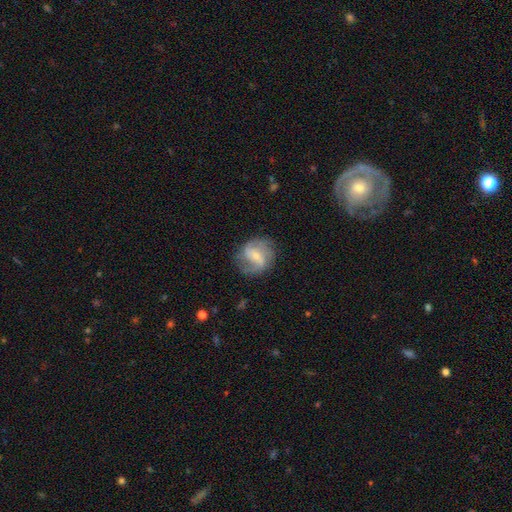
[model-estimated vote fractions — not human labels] Q: Smooth or featured?
A: featured or disk (72%); runner-up: smooth (21%)
Q: Edge-on disk?
A: no (97%); runner-up: yes (3%)
Q: Bar?
A: weak (52%); runner-up: strong (25%)
Q: Spiral arms?
A: yes (89%); runner-up: no (11%)
Q: Spiral winding?
A: medium (44%); runner-up: loose (36%)
Q: Spiral arm count?
A: 2 (67%); runner-up: can't tell (14%)
Q: Bulge size?
A: small (55%); runner-up: moderate (37%)
Q: Merging?
A: none (71%); runner-up: minor disturbance (18%)